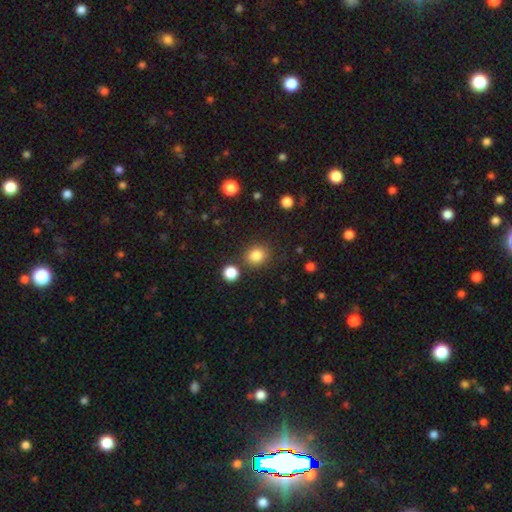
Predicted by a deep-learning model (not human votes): A smooth galaxy with no disk features (84%) that is round (78%). Merging: none (82%).